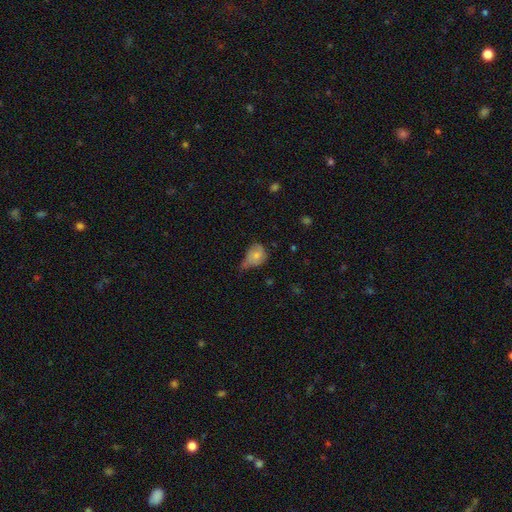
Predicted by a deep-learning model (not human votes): A smooth galaxy with no disk features (66%) that is in between round and cigar-shaped (53%). Merging: minor disturbance (44%).